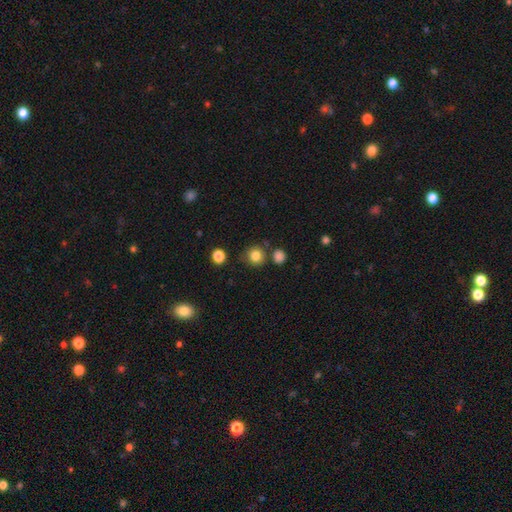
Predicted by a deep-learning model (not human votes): Smooth or featured? Predicted: smooth (p=0.83). How rounded? Predicted: round (p=0.91). Merging? Predicted: none (p=0.80).